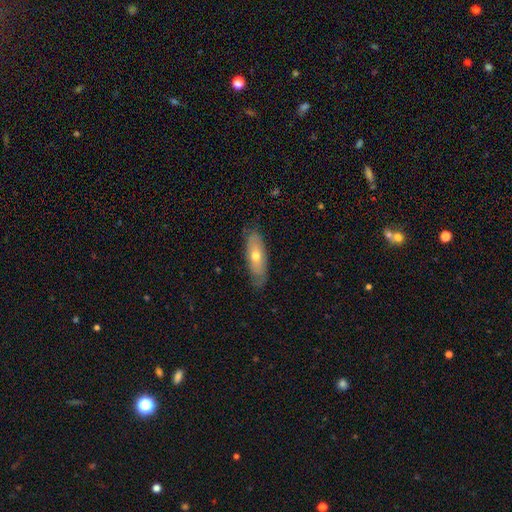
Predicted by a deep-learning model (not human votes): This appears to be a smooth galaxy with no disk features (52%) that is in between round and cigar-shaped (56%). Merging: none (79%).